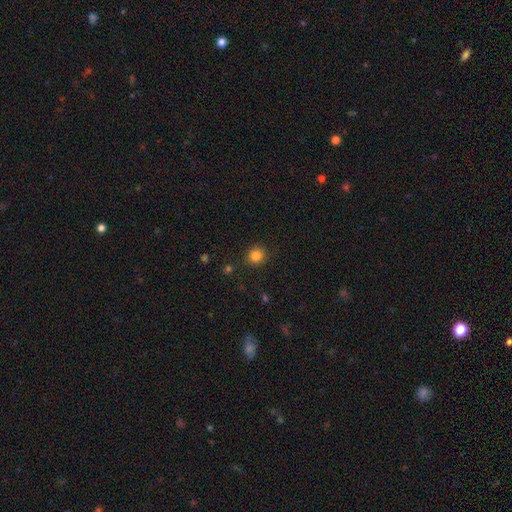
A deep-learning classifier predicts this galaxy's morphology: This appears to be a smooth galaxy with no disk features (83%) that is round (89%). Merging: none (88%).